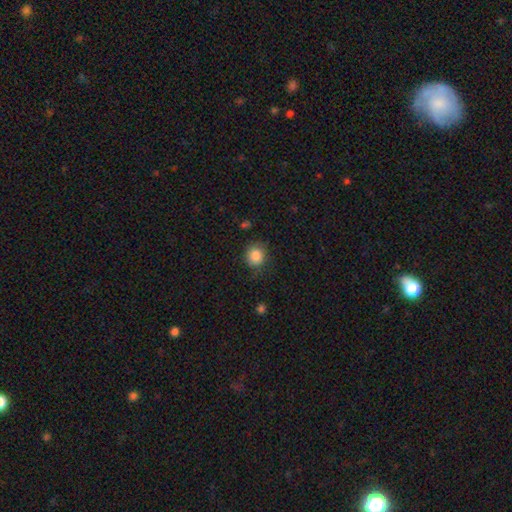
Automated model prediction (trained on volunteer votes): Smooth or featured? smooth (85%)
How rounded? round (83%)
Merging? none (77%)